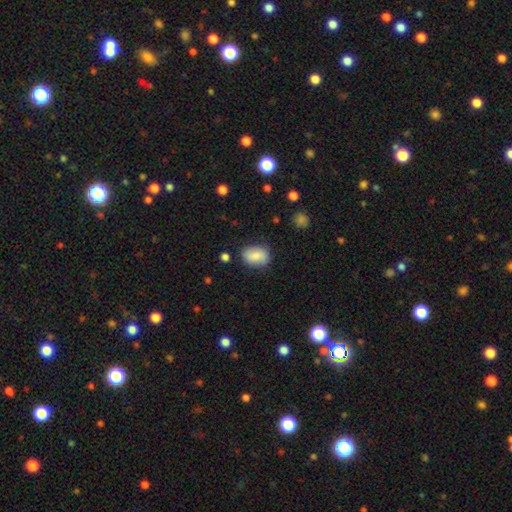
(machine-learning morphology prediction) Smooth or featured?
  - smooth: 84% *
  - featured or disk: 9%
  - star or artifact: 7%
How rounded?
  - in between: 77% *
  - round: 21%
  - cigar-shaped: 1%
Merging?
  - none: 78% *
  - minor disturbance: 16%
  - major disturbance: 4%
  - merger: 2%